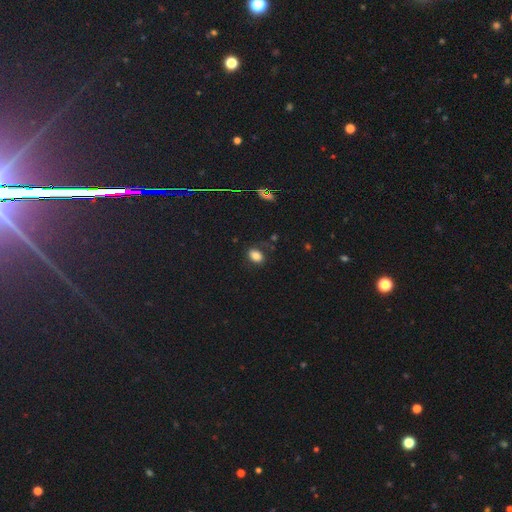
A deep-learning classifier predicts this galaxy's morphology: Smooth or featured?
  - smooth: 83% *
  - star or artifact: 12%
  - featured or disk: 6%
How rounded?
  - in between: 78% *
  - round: 21%
  - cigar-shaped: 1%
Merging?
  - none: 79% *
  - minor disturbance: 15%
  - major disturbance: 5%
  - merger: 2%